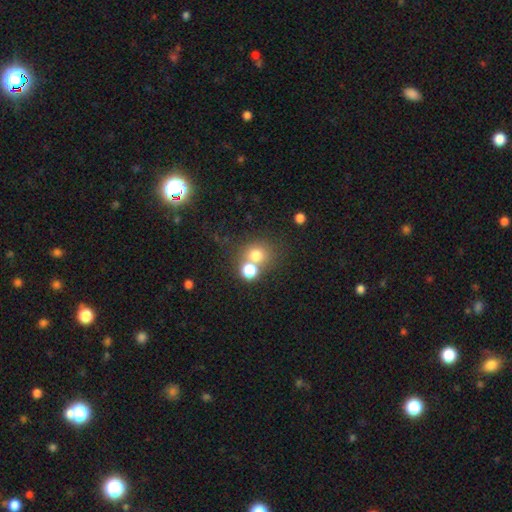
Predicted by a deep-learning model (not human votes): This appears to be a smooth galaxy with no disk features (72%) that is round (84%). Merging: none (54%).